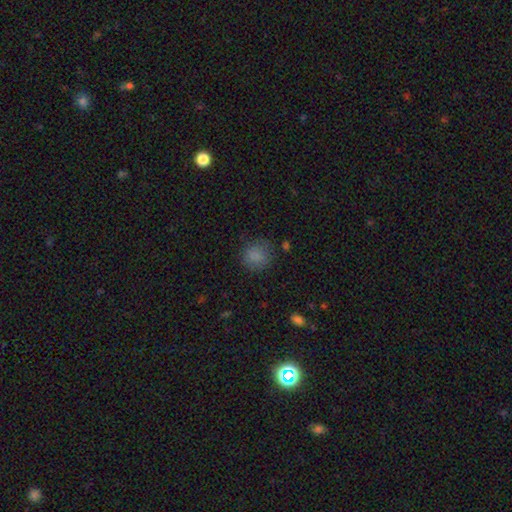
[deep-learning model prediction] Q: Smooth or featured?
A: smooth (82%); runner-up: star or artifact (12%)
Q: How rounded?
A: round (84%); runner-up: in between (15%)
Q: Merging?
A: none (78%); runner-up: minor disturbance (15%)